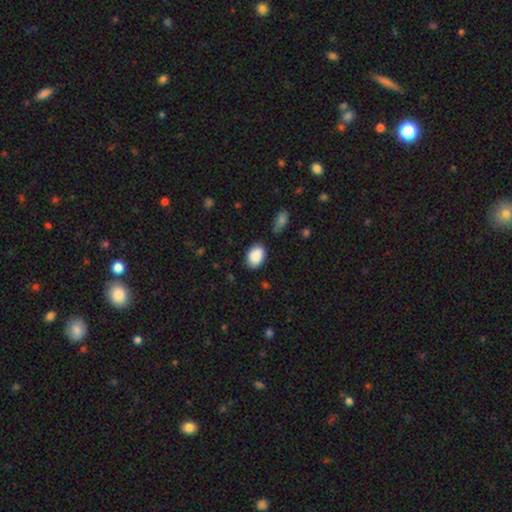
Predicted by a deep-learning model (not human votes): smooth-or-featured: smooth: 88% | star or artifact: 7% | featured or disk: 5%
  how-rounded: in between: 82% | round: 17% | cigar-shaped: 1%
  merging: none: 78% | minor disturbance: 16% | major disturbance: 3% | merger: 2%